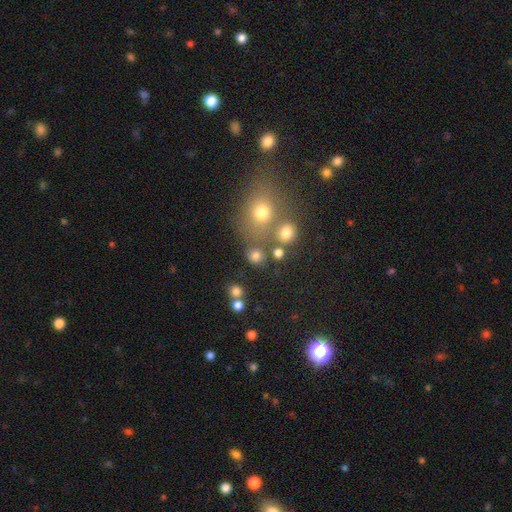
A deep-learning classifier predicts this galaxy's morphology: Smooth or featured: smooth — 77% (star or artifact — 16%)
How rounded: round — 85% (in between — 14%)
Merging: none — 70% (merger — 16%)